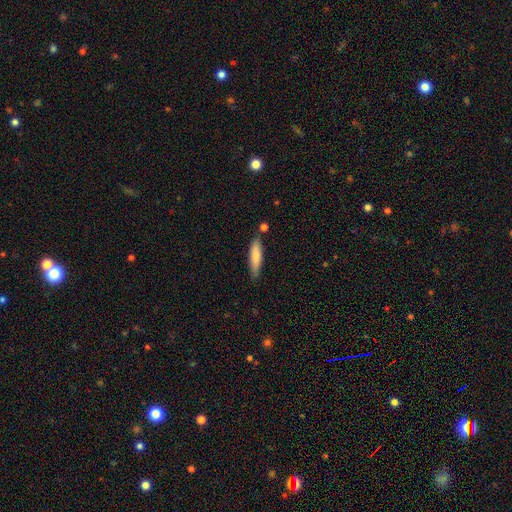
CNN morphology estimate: Smooth or featured? smooth (78%)
How rounded? cigar-shaped (74%)
Merging? none (78%)